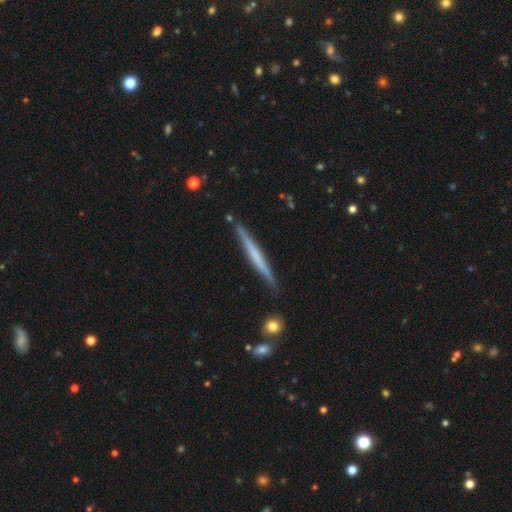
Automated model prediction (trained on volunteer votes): The model was most divided on "smooth or featured": featured or disk: 55%, smooth: 40%, star or artifact: 5%. More confident: edge-on disk — yes (97%); merging — none (89%); edge-on bulge — none (79%).